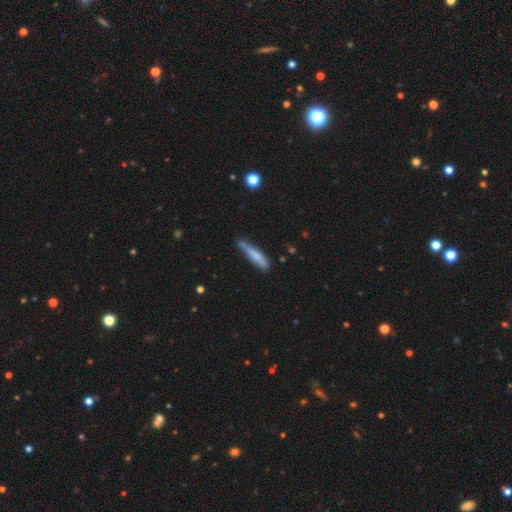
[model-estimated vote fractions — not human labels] A smooth galaxy with no disk features (71%) that is cigar-shaped (88%).

Vote fractions:
- Smooth or featured? smooth: 71% / featured or disk: 22% / star or artifact: 6%
- How rounded? cigar-shaped: 88% / in between: 11% / round: 1%
- Merging? none: 60% / minor disturbance: 28% / merger: 7% / major disturbance: 6%